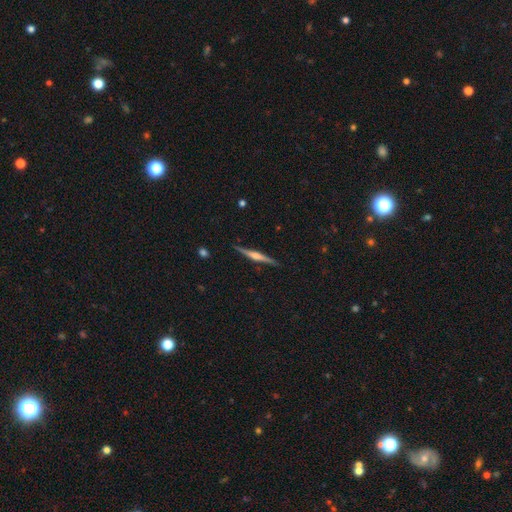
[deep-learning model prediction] Smooth or featured? Predicted: featured or disk (p=0.74). Edge-on disk? Predicted: yes (p=0.98). Edge-on bulge? Predicted: rounded (p=0.75). Merging? Predicted: none (p=0.89).